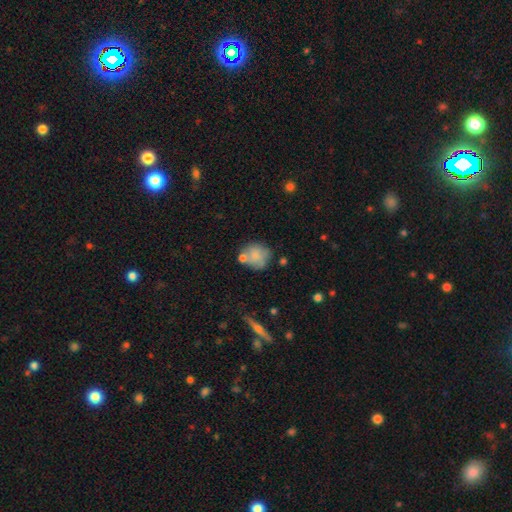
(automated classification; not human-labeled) smooth-or-featured: smooth: 72% | featured or disk: 20% | star or artifact: 8%
  how-rounded: round: 79% | in between: 19% | cigar-shaped: 1%
  merging: none: 53% | minor disturbance: 21% | merger: 18% | major disturbance: 8%